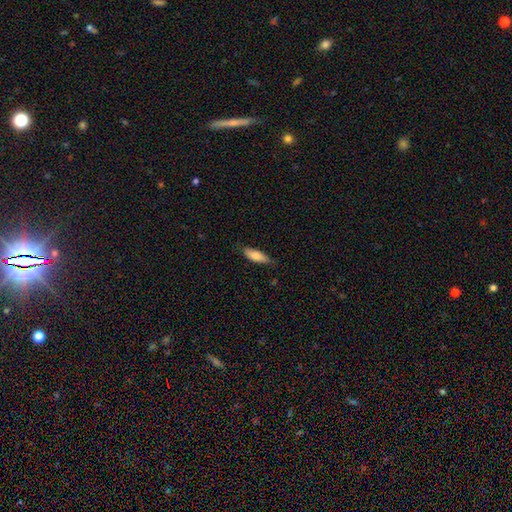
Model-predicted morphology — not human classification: Smooth or featured? smooth (83%)
How rounded? in between (65%)
Merging? none (77%)